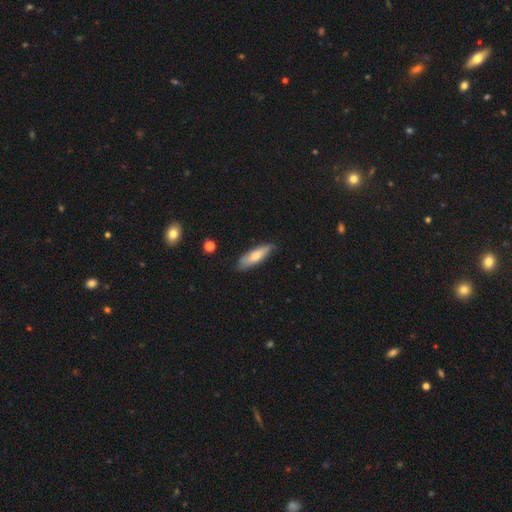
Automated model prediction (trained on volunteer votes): Smooth or featured? Predicted: smooth (p=0.67). How rounded? Predicted: cigar-shaped (p=0.52). Merging? Predicted: none (p=0.81).